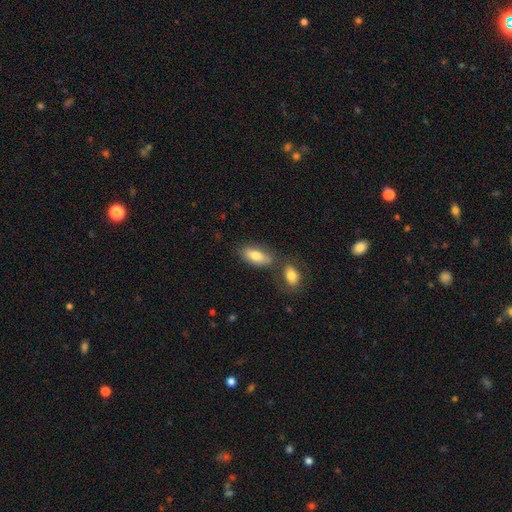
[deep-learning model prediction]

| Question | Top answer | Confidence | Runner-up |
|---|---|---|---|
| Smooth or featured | smooth | 75% | featured or disk (18%) |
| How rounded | in between | 82% | cigar-shaped (15%) |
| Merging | none | 61% | merger (21%) |